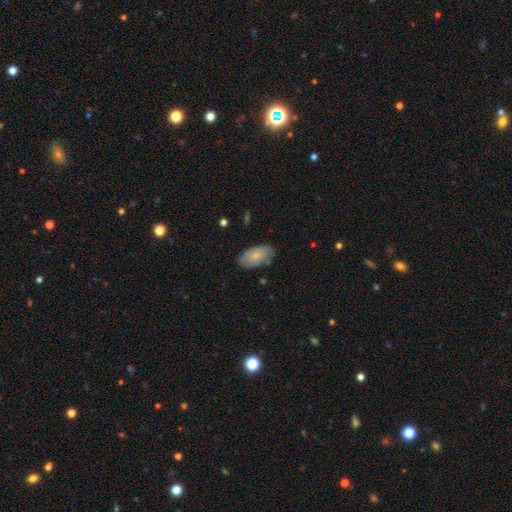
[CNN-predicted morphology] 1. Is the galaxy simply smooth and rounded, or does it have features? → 73% smooth, 21% featured or disk, 6% star or artifact.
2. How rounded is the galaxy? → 94% in between, 3% cigar-shaped, 3% round.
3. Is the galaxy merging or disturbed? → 78% none, 17% minor disturbance, 3% major disturbance, 2% merger.